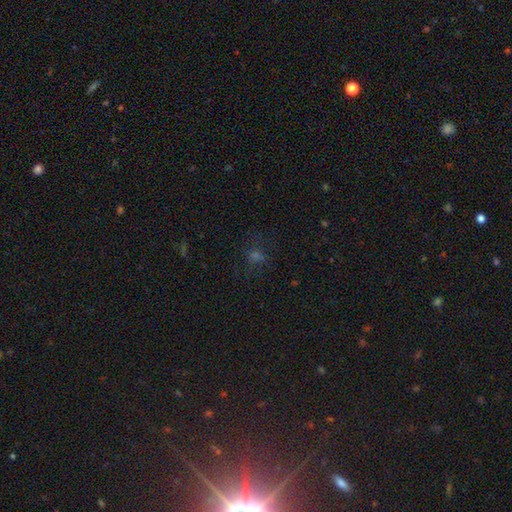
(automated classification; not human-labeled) Smooth or featured? Predicted: smooth (p=0.43). Merging? Predicted: none (p=0.71).